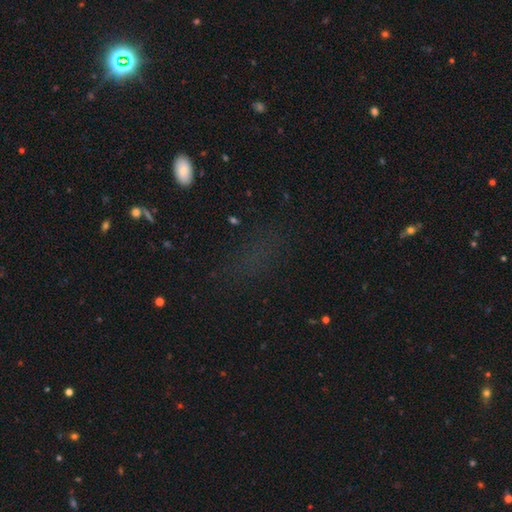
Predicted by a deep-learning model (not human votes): smooth-or-featured: star or artifact: 54% | smooth: 32% | featured or disk: 14%